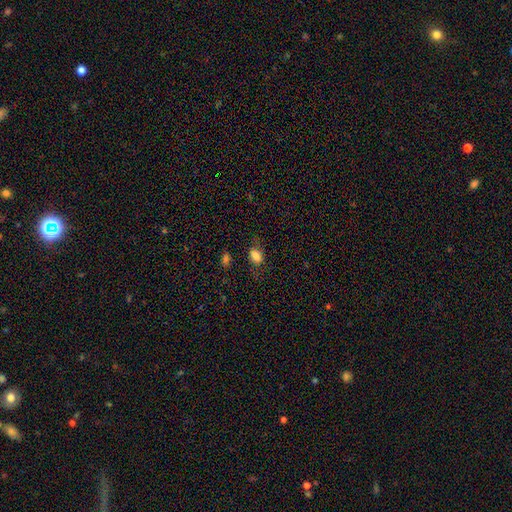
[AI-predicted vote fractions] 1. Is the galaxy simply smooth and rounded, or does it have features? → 80% smooth, 10% star or artifact, 10% featured or disk.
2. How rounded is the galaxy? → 81% in between, 17% round, 2% cigar-shaped.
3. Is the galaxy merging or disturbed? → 69% none, 20% minor disturbance, 9% major disturbance, 2% merger.